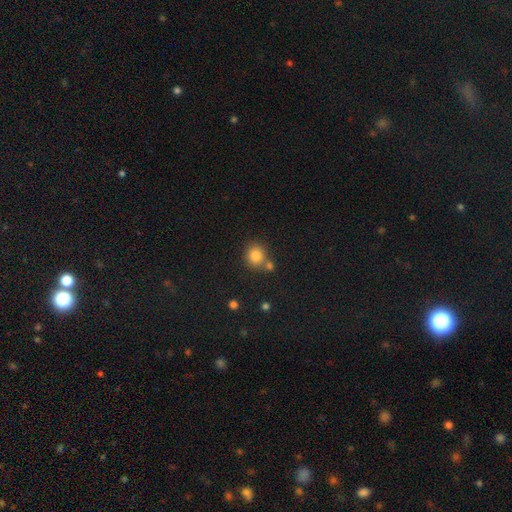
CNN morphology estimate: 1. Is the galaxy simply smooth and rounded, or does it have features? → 83% smooth, 11% star or artifact, 6% featured or disk.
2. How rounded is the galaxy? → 86% round, 14% in between, 1% cigar-shaped.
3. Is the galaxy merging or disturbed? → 65% none, 22% merger, 11% minor disturbance, 3% major disturbance.